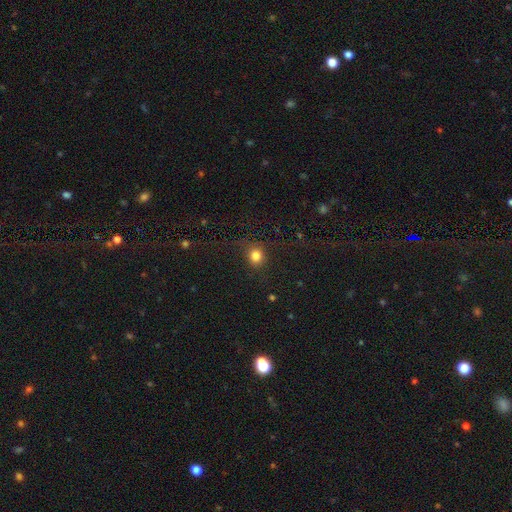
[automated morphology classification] Smooth or featured? Predicted: smooth (p=0.80). How rounded? Predicted: round (p=0.86). Merging? Predicted: none (p=0.79).